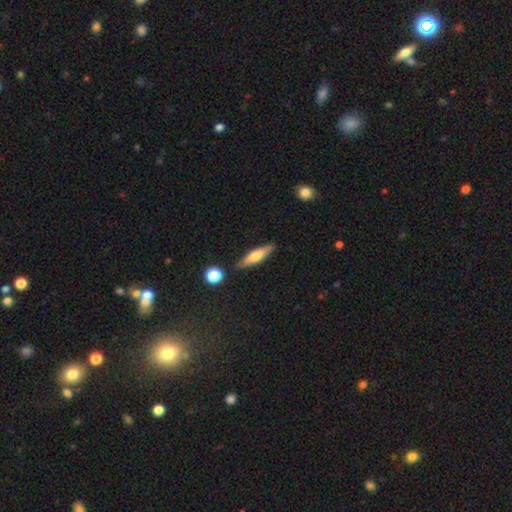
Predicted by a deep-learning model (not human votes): Overall: smooth (56%; featured or disk 37%). How rounded: cigar-shaped (76%). Merging: none (85%).